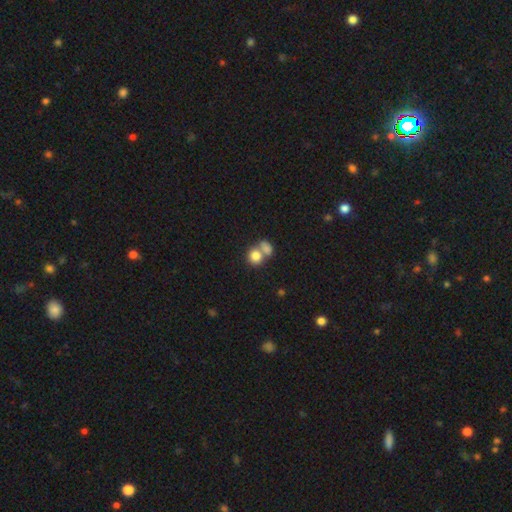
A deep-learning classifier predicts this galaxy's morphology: This appears to be a smooth galaxy with no disk features (80%) that is round (74%). Merging: merger (52%).